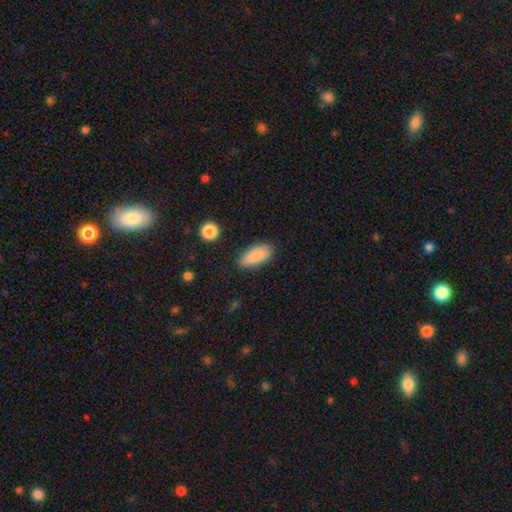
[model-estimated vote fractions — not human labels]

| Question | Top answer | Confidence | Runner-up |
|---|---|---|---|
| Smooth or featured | smooth | 87% | star or artifact (7%) |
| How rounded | in between | 86% | cigar-shaped (12%) |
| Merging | none | 82% | minor disturbance (14%) |